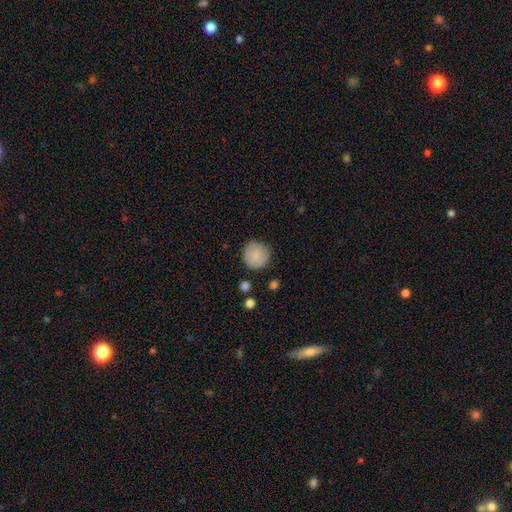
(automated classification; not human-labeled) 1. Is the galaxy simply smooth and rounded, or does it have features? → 86% smooth, 7% star or artifact, 6% featured or disk.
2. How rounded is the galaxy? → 93% round, 6% in between, 1% cigar-shaped.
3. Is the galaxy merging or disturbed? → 83% none, 12% minor disturbance, 3% major disturbance, 2% merger.